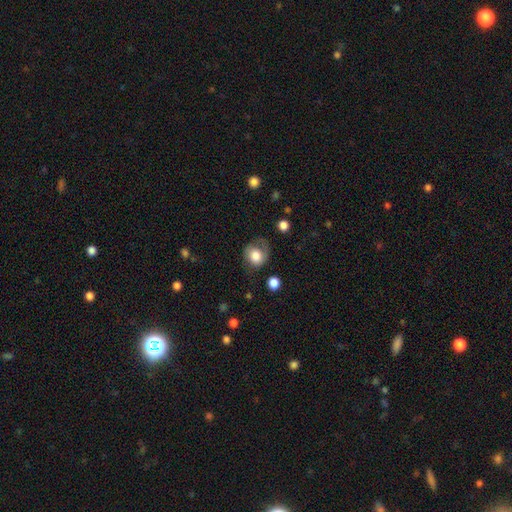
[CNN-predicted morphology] A smooth galaxy with no disk features (69%) that is round (65%).

Vote fractions:
- Smooth or featured? smooth: 69% / featured or disk: 23% / star or artifact: 8%
- How rounded? round: 65% / in between: 34% / cigar-shaped: 1%
- Merging? none: 48% / minor disturbance: 27% / major disturbance: 22% / merger: 2%